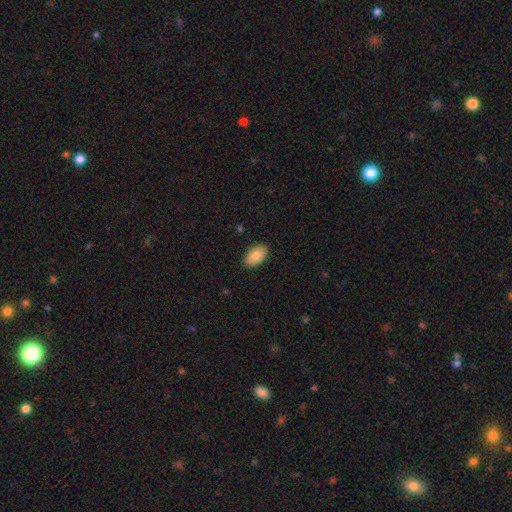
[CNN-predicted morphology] The model was most divided on "smooth or featured": smooth: 84%, featured or disk: 9%, star or artifact: 7%. More confident: how rounded — in between (94%); merging — none (88%).